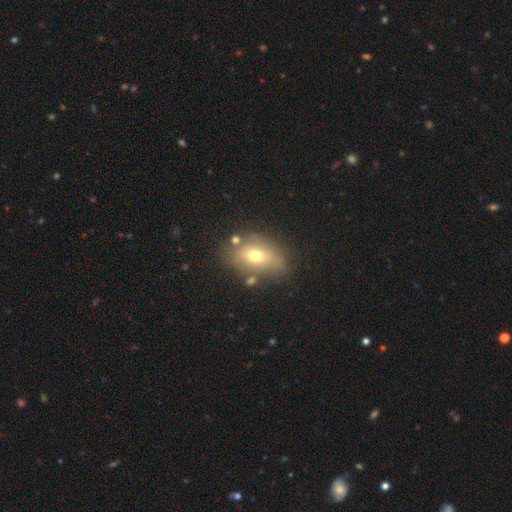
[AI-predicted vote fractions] Morphology: type=smooth (64%); roundness=in between (80%); merging=none (69%).